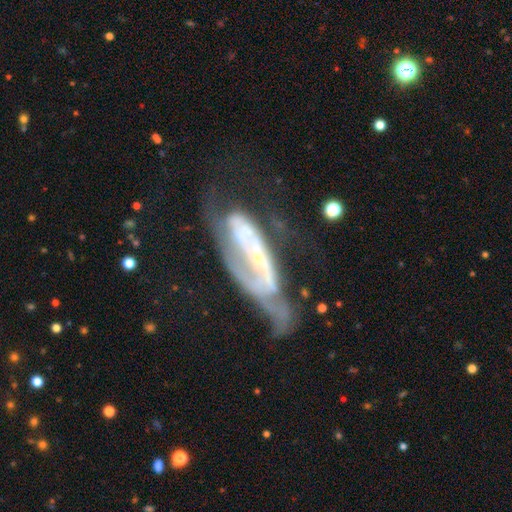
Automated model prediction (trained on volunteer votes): A featured or disk galaxy (77%) with no bar (41%), spiral arms (75%) and a small central bulge (64%). Merging: major disturbance (42%).